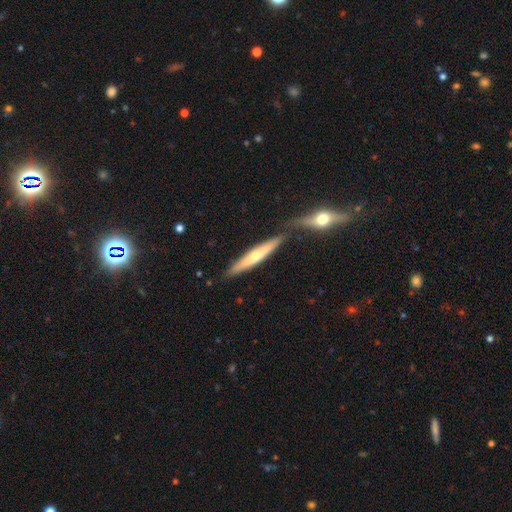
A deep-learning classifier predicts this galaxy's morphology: featured or disk 57%, smooth 36%, star or artifact 7%. Down the decision tree: edge-on disk — yes (90%); edge-on bulge — rounded (81%); merging — none (74%).